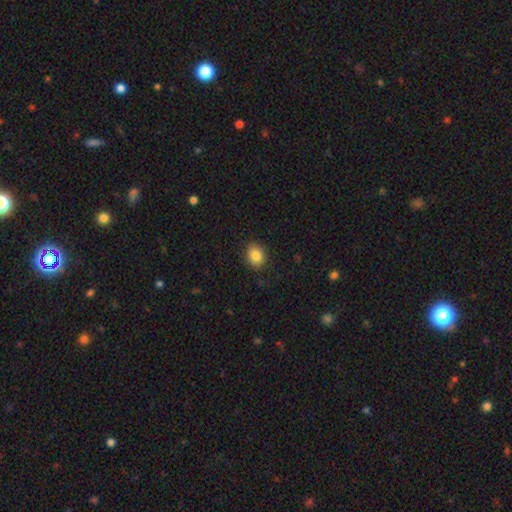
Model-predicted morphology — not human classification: Smooth or featured?
  - smooth: 84% *
  - star or artifact: 10%
  - featured or disk: 6%
How rounded?
  - round: 62% *
  - in between: 37%
  - cigar-shaped: 1%
Merging?
  - none: 89% *
  - minor disturbance: 8%
  - major disturbance: 2%
  - merger: 1%